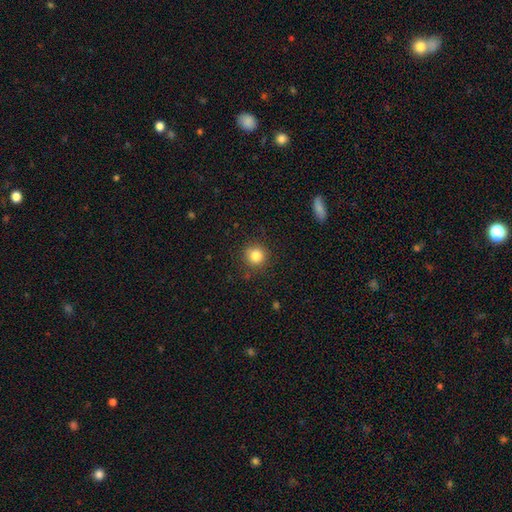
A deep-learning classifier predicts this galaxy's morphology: smooth_or_featured: smooth (p=0.83) [alt: star or artifact p=0.11]
how_rounded: round (p=0.92) [alt: in between p=0.07]
merging: none (p=0.88) [alt: minor disturbance p=0.08]